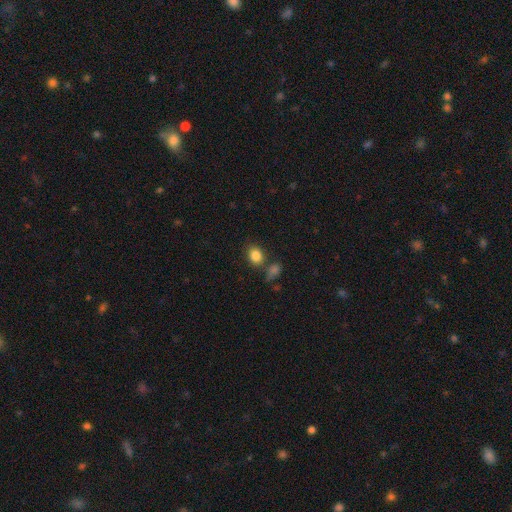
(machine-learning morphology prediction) smooth-or-featured: smooth: 84% | star or artifact: 10% | featured or disk: 6%
  how-rounded: in between: 50% | round: 48% | cigar-shaped: 1%
  merging: none: 67% | merger: 16% | minor disturbance: 13% | major disturbance: 4%